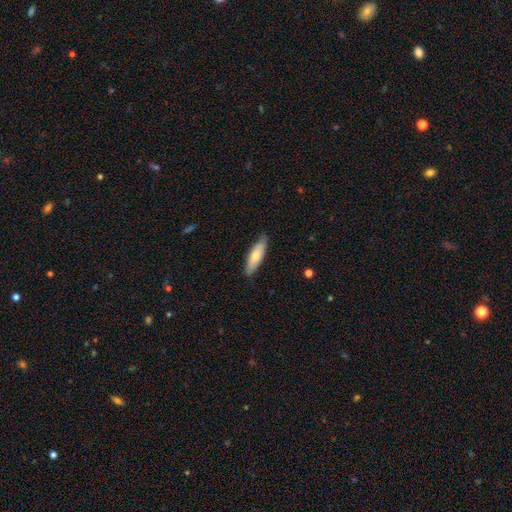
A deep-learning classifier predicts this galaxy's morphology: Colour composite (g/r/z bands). It shows a smooth galaxy with no disk features (67%) that is cigar-shaped (51%). Merging: none (81%).